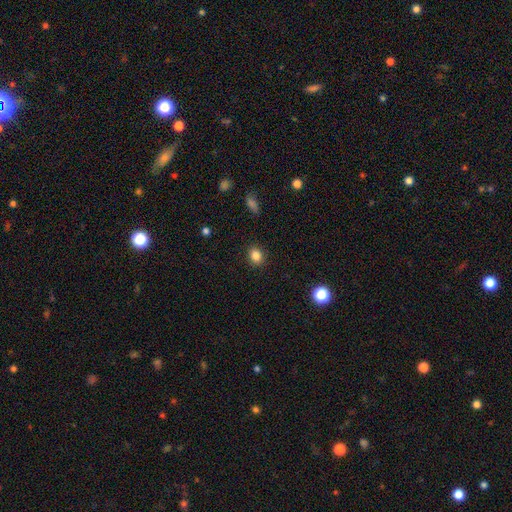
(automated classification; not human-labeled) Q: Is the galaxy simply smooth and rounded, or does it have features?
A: smooth — 84%.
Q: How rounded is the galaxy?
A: round — 55%.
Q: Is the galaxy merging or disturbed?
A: none — 89%.